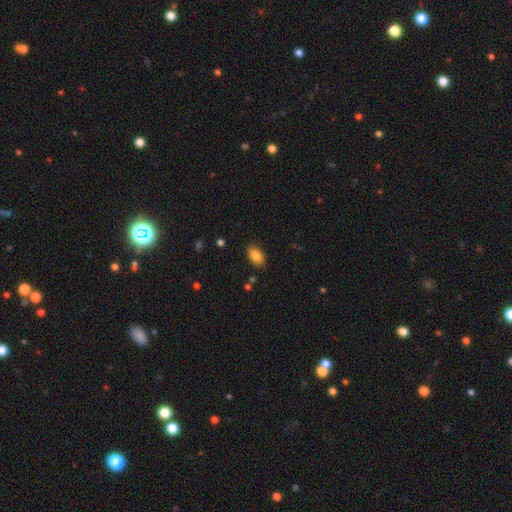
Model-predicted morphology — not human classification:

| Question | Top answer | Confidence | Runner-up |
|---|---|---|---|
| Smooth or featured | smooth | 84% | star or artifact (8%) |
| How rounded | in between | 92% | round (7%) |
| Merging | none | 86% | minor disturbance (10%) |